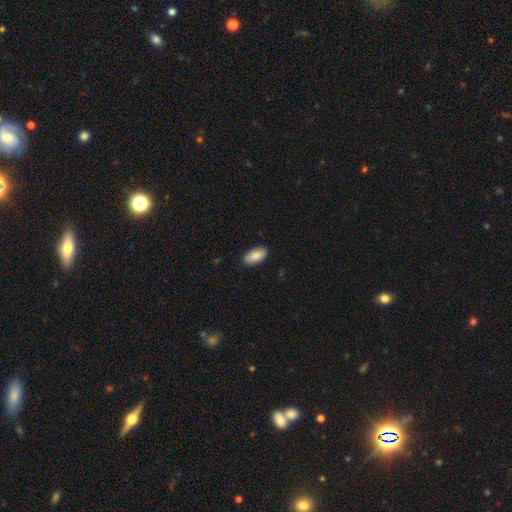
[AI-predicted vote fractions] Overall: smooth (86%). How rounded: in between (94%). Merging: none (86%).